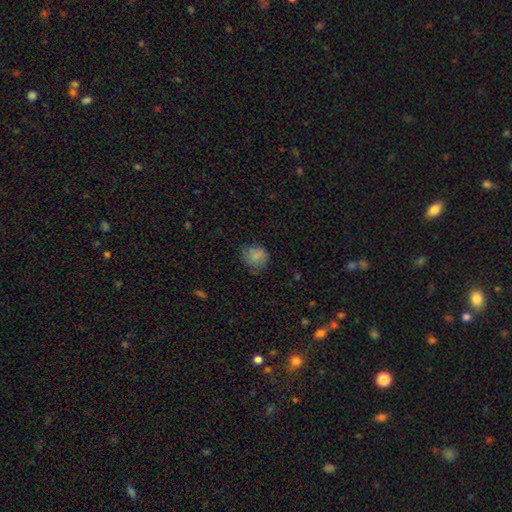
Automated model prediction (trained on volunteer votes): smooth-or-featured: smooth: 78% | featured or disk: 12% | star or artifact: 10%
  how-rounded: round: 77% | in between: 22% | cigar-shaped: 1%
  merging: none: 60% | minor disturbance: 29% | major disturbance: 10% | merger: 2%